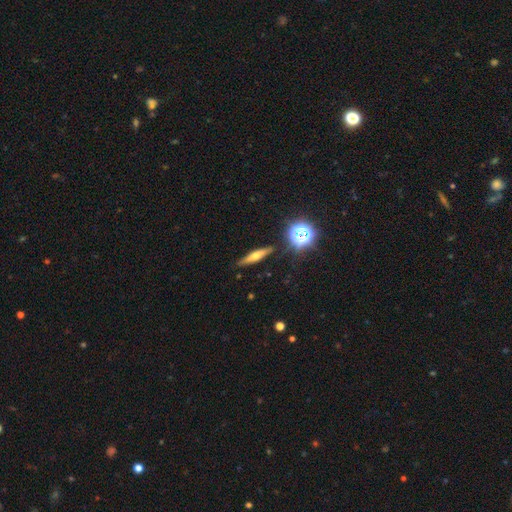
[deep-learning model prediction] Smooth or featured? featured or disk (51%)
Edge-on disk? yes (92%)
Merging? none (87%)